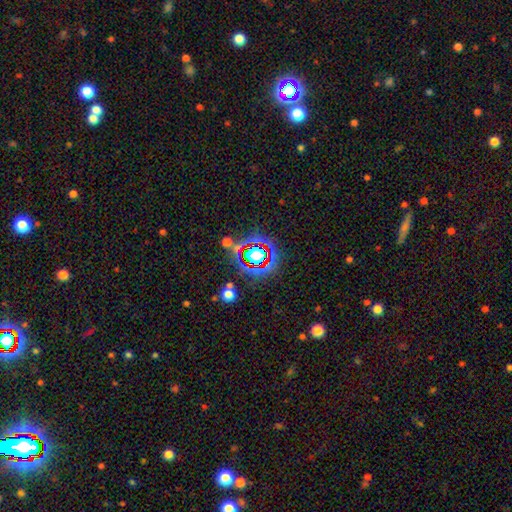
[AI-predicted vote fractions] Morphology: type=star or artifact (59%).